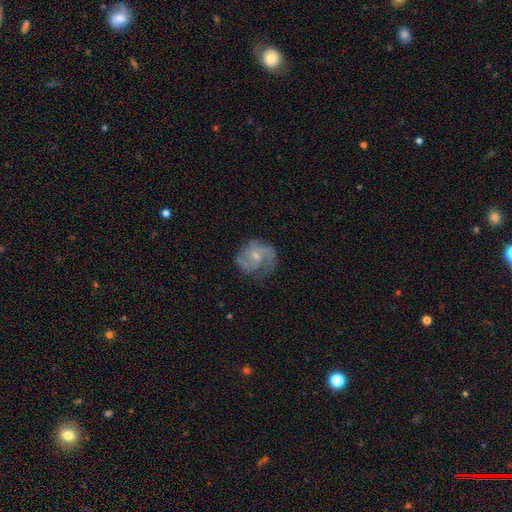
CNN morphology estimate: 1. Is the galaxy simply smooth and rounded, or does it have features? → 75% featured or disk, 18% smooth, 7% star or artifact.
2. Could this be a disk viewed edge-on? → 98% no, 2% yes.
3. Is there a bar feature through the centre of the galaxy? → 58% no, 36% weak, 5% strong.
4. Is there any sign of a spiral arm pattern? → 92% yes, 8% no.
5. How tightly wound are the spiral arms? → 49% medium, 26% loose, 24% tight.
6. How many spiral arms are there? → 49% 2, 20% 3, 17% can't tell, 6% 1, 4% 4, 3% more than 4.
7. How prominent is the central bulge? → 65% small, 28% moderate, 6% none, 1% large, 1% dominant.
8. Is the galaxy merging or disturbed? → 64% none, 22% minor disturbance, 13% major disturbance, 1% merger.